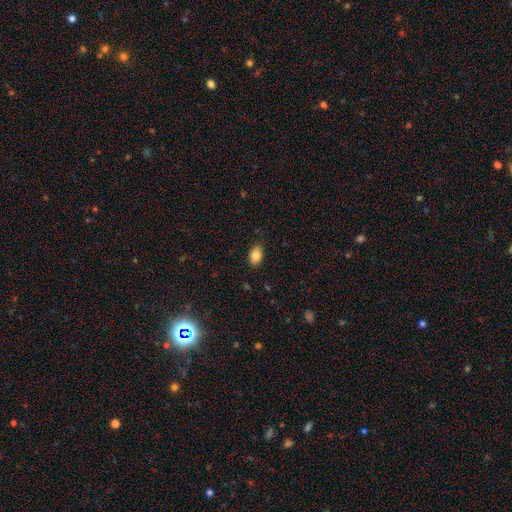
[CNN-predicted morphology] Overall: smooth (84%). How rounded: in between (90%). Merging: none (87%).